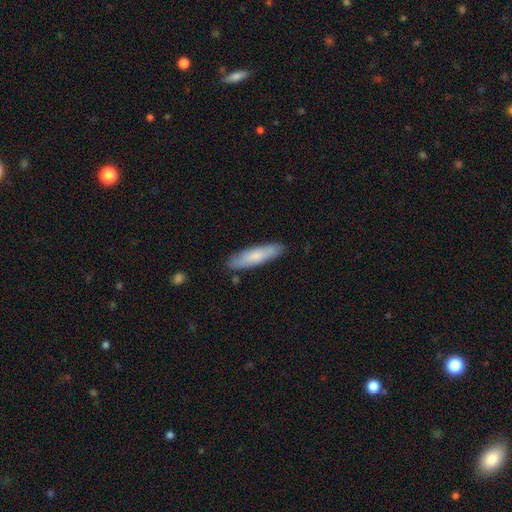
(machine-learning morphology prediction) This is likely a smooth galaxy (71%). How rounded: likely cigar-shaped (76%). Merging: clearly none (86%).